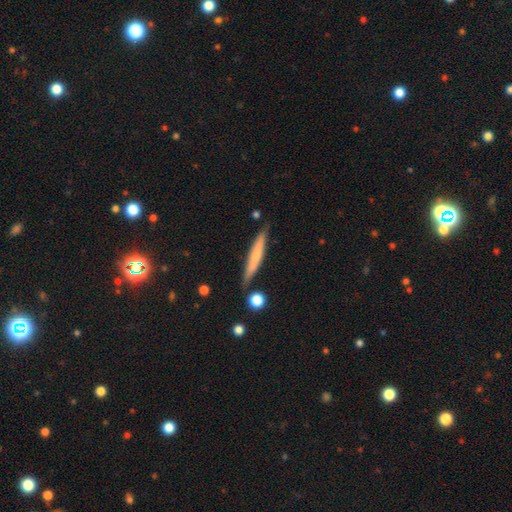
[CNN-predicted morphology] type=smooth (59%); roundness=cigar-shaped (94%); merging=none (83%).